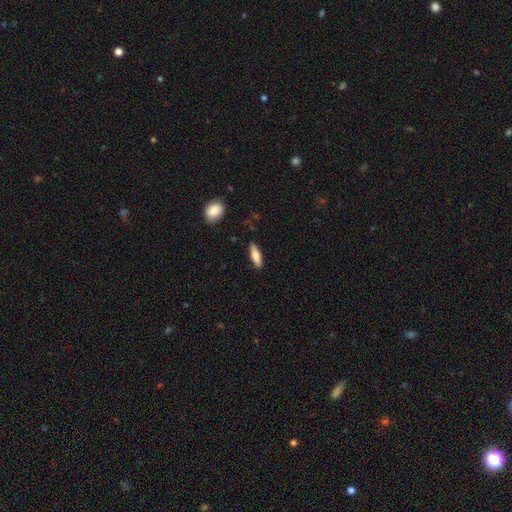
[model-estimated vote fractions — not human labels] Q: Smooth or featured?
A: smooth (76%); runner-up: featured or disk (18%)
Q: How rounded?
A: cigar-shaped (51%); runner-up: in between (47%)
Q: Merging?
A: none (87%); runner-up: minor disturbance (9%)